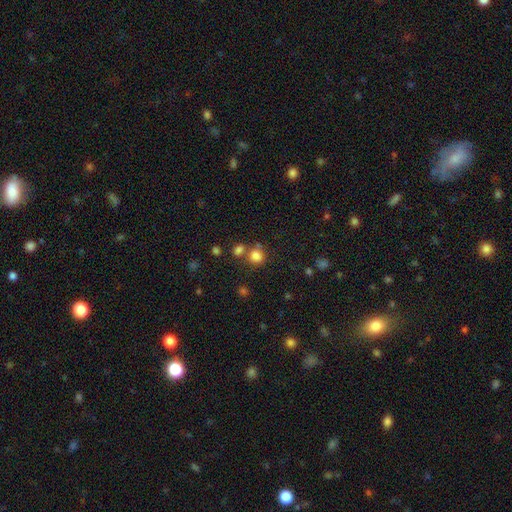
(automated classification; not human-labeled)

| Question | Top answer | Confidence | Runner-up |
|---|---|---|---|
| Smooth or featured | smooth | 80% | star or artifact (14%) |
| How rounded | round | 73% | in between (26%) |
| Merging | none | 58% | merger (26%) |